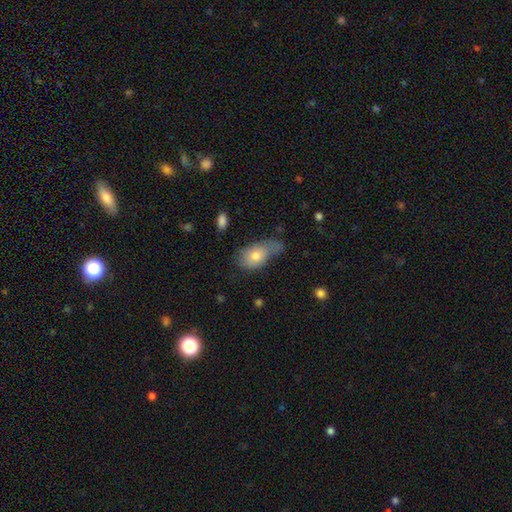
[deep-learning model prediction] This is likely a smooth galaxy (74%). How rounded: clearly in between (86%). Merging: marginally minor disturbance (39%).